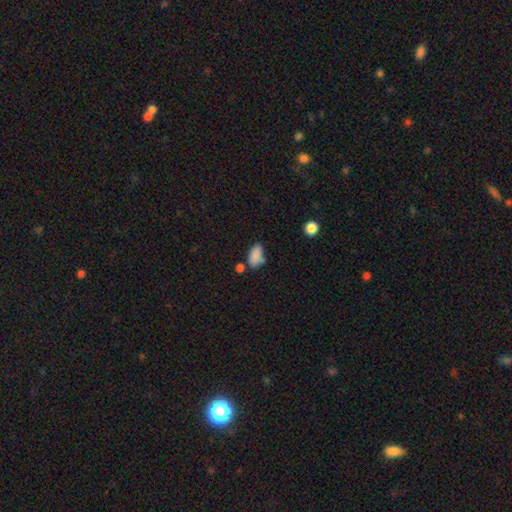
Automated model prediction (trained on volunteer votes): Smooth or featured? smooth (85%)
How rounded? in between (92%)
Merging? none (55%)